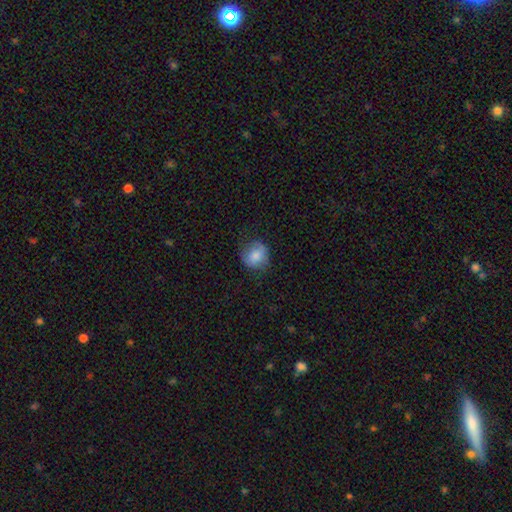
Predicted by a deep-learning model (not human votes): smooth_or_featured: smooth (p=0.78) [alt: featured or disk p=0.14]
how_rounded: round (p=0.78) [alt: in between p=0.21]
merging: none (p=0.70) [alt: minor disturbance p=0.22]